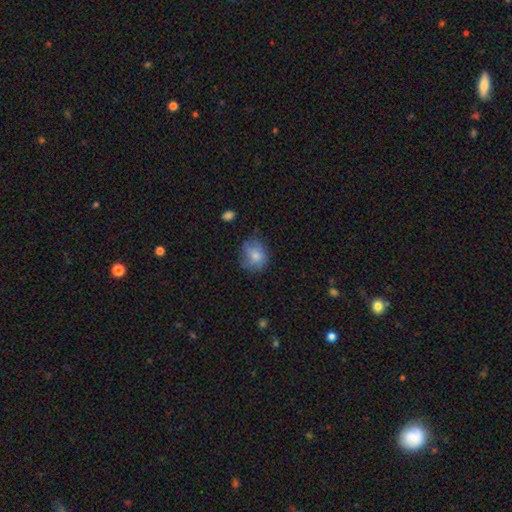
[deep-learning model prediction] This is likely a smooth galaxy (79%). How rounded: likely round (70%). Merging: likely none (65%).